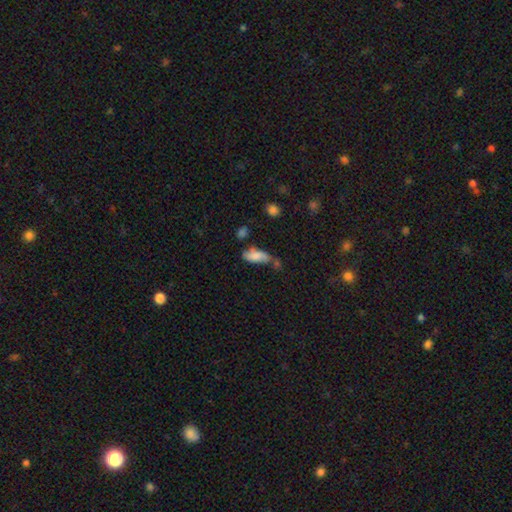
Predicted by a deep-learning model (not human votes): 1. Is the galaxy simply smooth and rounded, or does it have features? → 71% smooth, 20% featured or disk, 9% star or artifact.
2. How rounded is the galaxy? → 79% in between, 18% cigar-shaped, 3% round.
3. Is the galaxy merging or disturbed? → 34% none, 28% minor disturbance, 21% merger, 17% major disturbance.